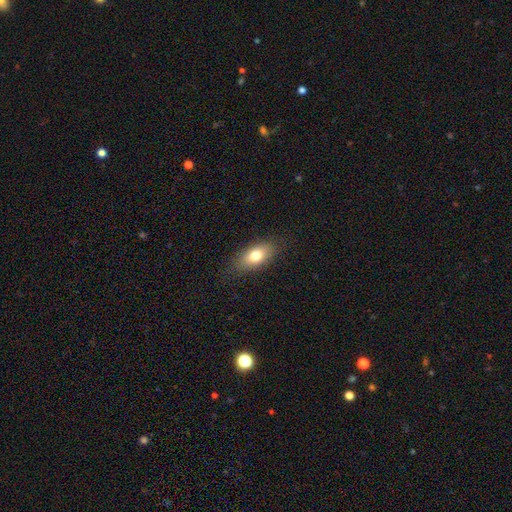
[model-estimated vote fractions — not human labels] Smooth or featured: smooth — 75% (featured or disk — 16%)
How rounded: in between — 85% (cigar-shaped — 8%)
Merging: none — 84% (minor disturbance — 12%)